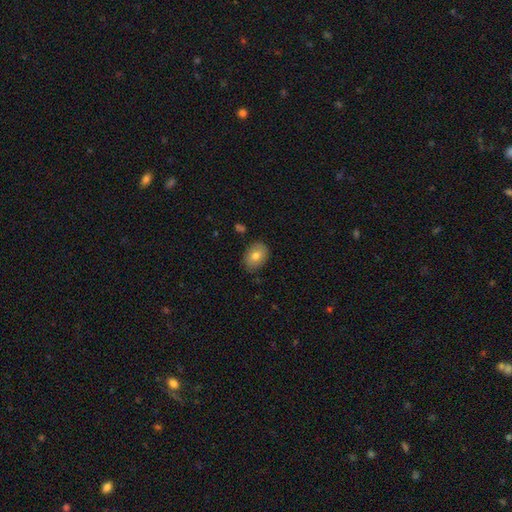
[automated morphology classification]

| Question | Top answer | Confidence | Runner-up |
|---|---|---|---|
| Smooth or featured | smooth | 77% | featured or disk (15%) |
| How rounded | in between | 70% | round (28%) |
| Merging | none | 81% | minor disturbance (15%) |